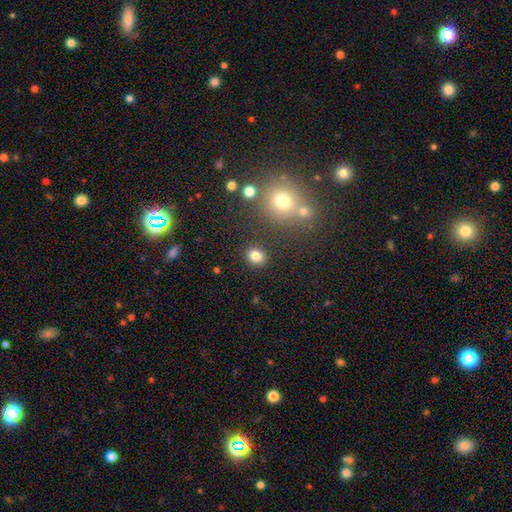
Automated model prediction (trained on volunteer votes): This appears to be a smooth galaxy with no disk features (82%) that is round (62%). Merging: none (85%).